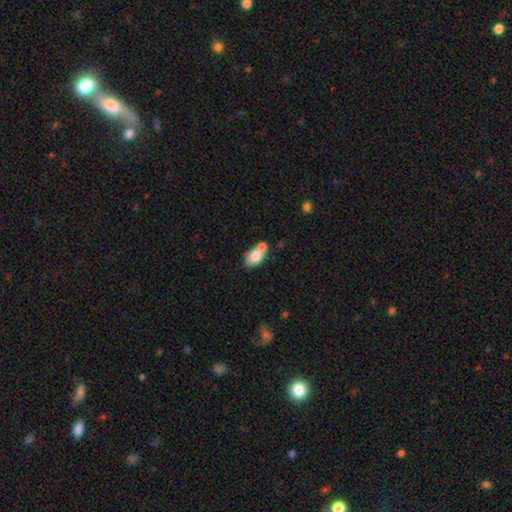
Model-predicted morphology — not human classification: Smooth or featured?
  - smooth: 76% *
  - featured or disk: 17%
  - star or artifact: 7%
How rounded?
  - in between: 87% *
  - round: 11%
  - cigar-shaped: 2%
Merging?
  - merger: 44% *
  - none: 38%
  - minor disturbance: 14%
  - major disturbance: 5%